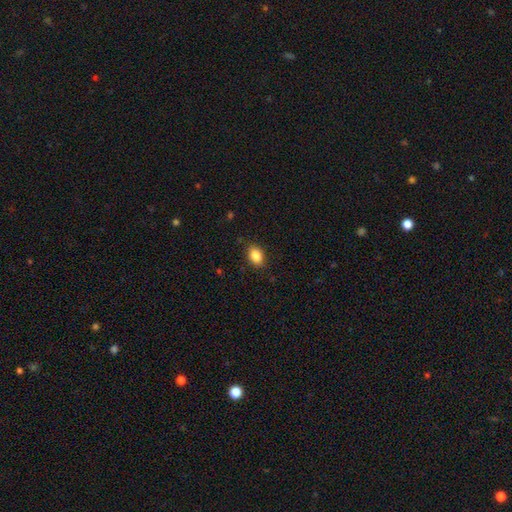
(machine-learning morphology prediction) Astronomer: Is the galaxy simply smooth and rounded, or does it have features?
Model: smooth — 86%.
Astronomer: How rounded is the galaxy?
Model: in between — 82%.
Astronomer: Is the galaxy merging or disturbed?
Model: none — 85%.